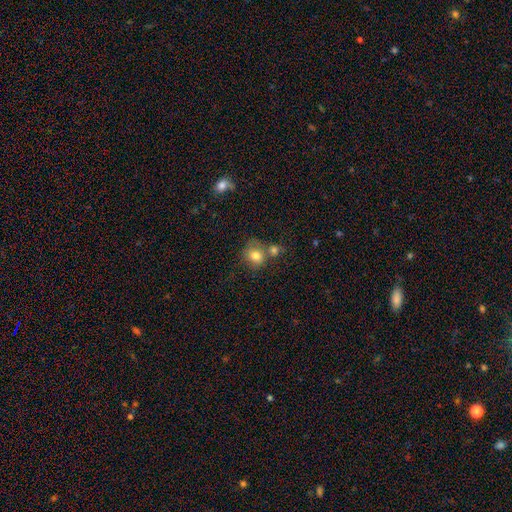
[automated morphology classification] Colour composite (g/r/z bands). It shows a smooth galaxy with no disk features (78%) that is round (74%). Merging: none (46%).